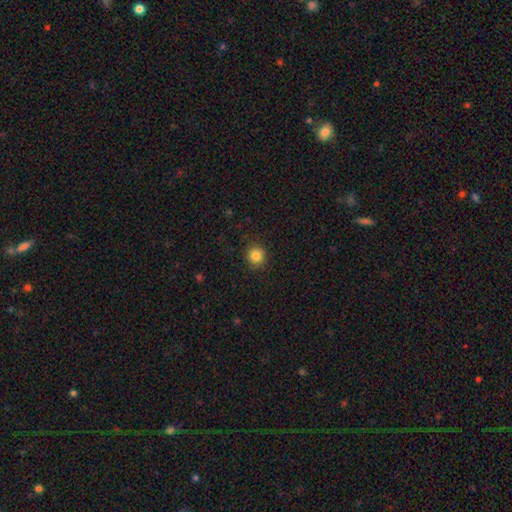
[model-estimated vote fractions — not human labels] smooth_or_featured: smooth (p=0.84) [alt: star or artifact p=0.11]
how_rounded: round (p=0.92) [alt: in between p=0.07]
merging: none (p=0.90) [alt: minor disturbance p=0.07]